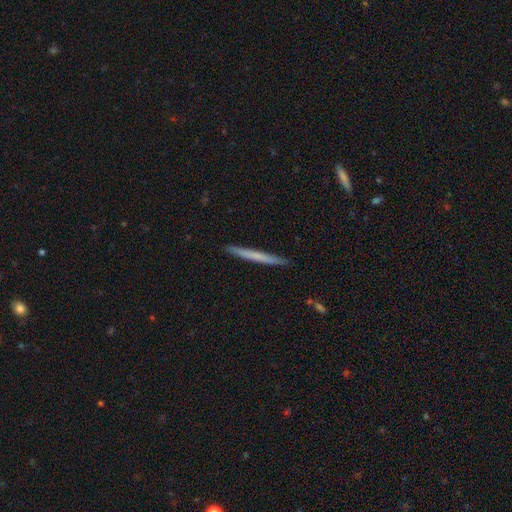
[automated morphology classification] Smooth or featured? smooth (59%)
How rounded? cigar-shaped (97%)
Merging? none (91%)